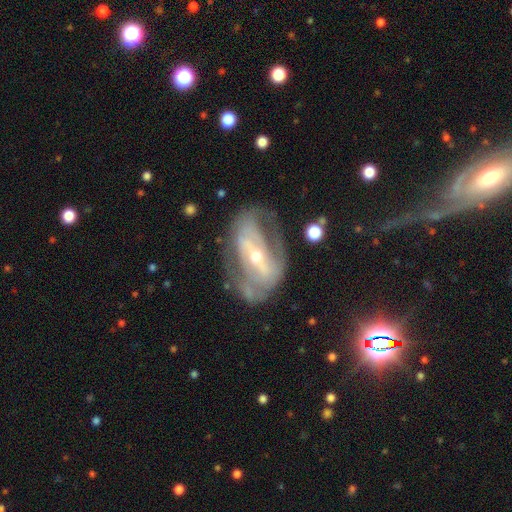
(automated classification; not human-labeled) Q: Smooth or featured?
A: featured or disk (80%); runner-up: smooth (12%)
Q: Edge-on disk?
A: no (92%); runner-up: yes (8%)
Q: Bar?
A: strong (55%); runner-up: weak (26%)
Q: Spiral arms?
A: yes (73%); runner-up: no (27%)
Q: Spiral winding?
A: medium (40%); runner-up: tight (39%)
Q: Spiral arm count?
A: 2 (62%); runner-up: can't tell (26%)
Q: Bulge size?
A: small (59%); runner-up: moderate (37%)
Q: Merging?
A: none (56%); runner-up: minor disturbance (22%)